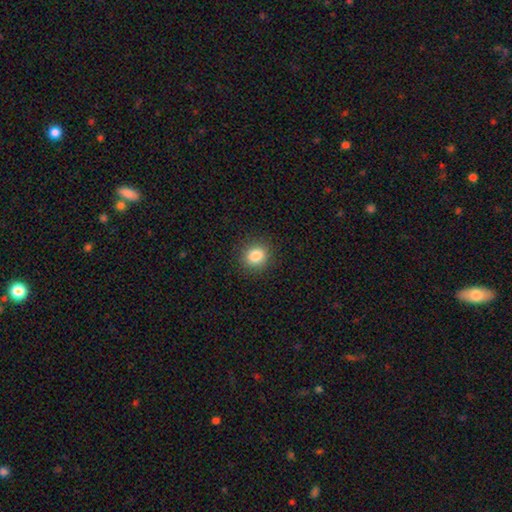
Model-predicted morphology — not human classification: A smooth galaxy with no disk features (85%) that is round (75%). Merging: none (90%).